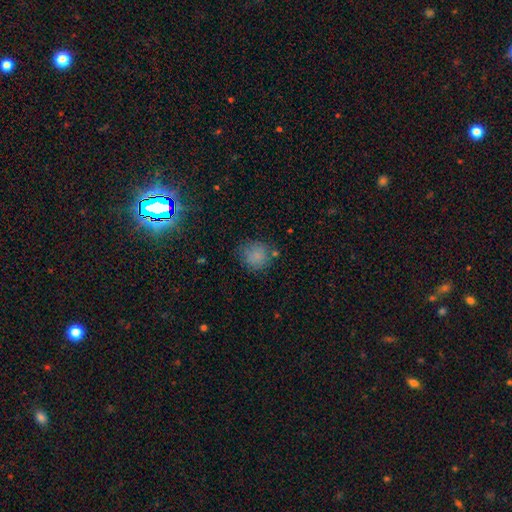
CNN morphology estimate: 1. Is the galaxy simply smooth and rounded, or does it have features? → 81% smooth, 12% star or artifact, 7% featured or disk.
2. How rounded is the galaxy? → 88% round, 11% in between, 1% cigar-shaped.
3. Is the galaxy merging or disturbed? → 75% none, 16% minor disturbance, 5% major disturbance, 4% merger.